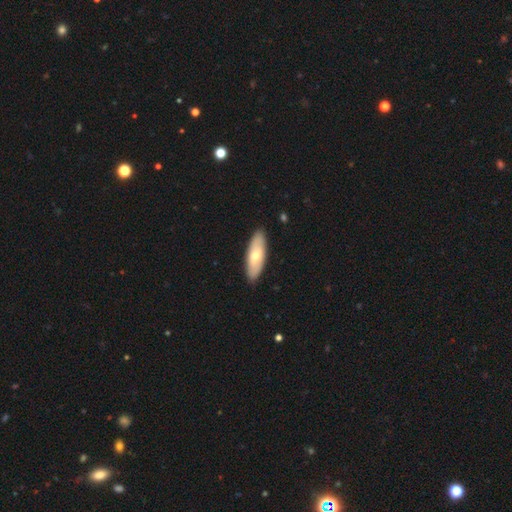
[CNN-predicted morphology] Q: Smooth or featured?
A: smooth (63%); runner-up: featured or disk (32%)
Q: How rounded?
A: in between (64%); runner-up: cigar-shaped (35%)
Q: Merging?
A: none (89%); runner-up: minor disturbance (9%)